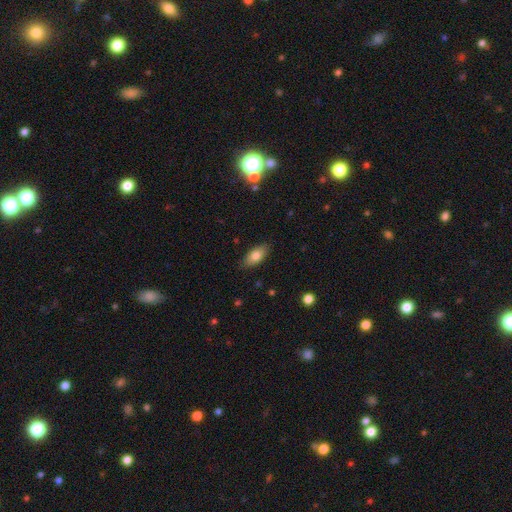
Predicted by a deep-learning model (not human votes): A smooth galaxy with no disk features (79%) that is in between round and cigar-shaped (88%). Merging: none (85%).